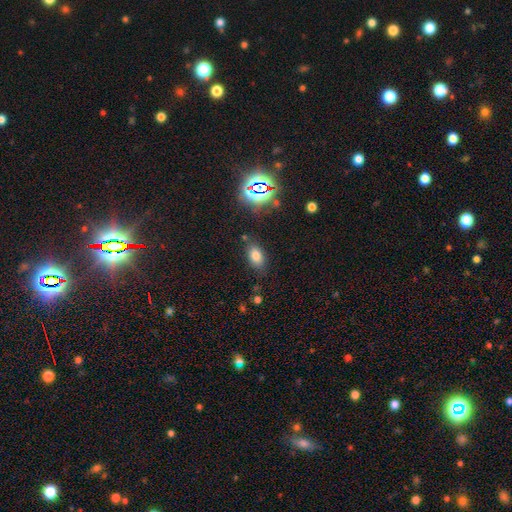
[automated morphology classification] smooth_or_featured: smooth (p=0.75) [alt: star or artifact p=0.16]
how_rounded: in between (p=0.87) [alt: round p=0.09]
merging: none (p=0.79) [alt: minor disturbance p=0.13]